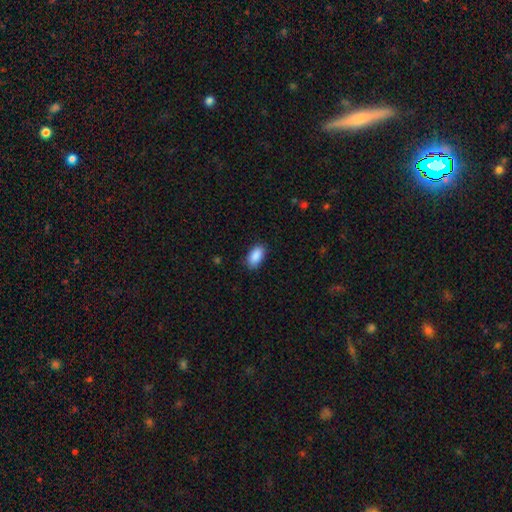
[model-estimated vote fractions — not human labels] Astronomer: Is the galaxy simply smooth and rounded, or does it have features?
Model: smooth — 90%.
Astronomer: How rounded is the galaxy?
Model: in between — 93%.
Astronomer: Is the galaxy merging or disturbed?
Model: none — 85%.